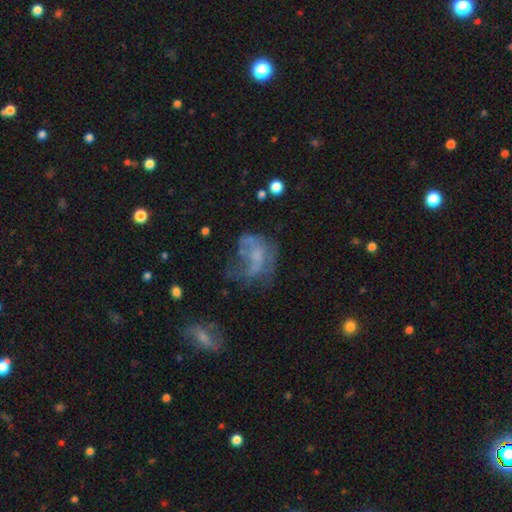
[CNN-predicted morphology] Smooth or featured: featured or disk — 51% (smooth — 33%)
Edge-on disk: no — 97% (yes — 3%)
Merging: major disturbance — 43% (none — 28%)